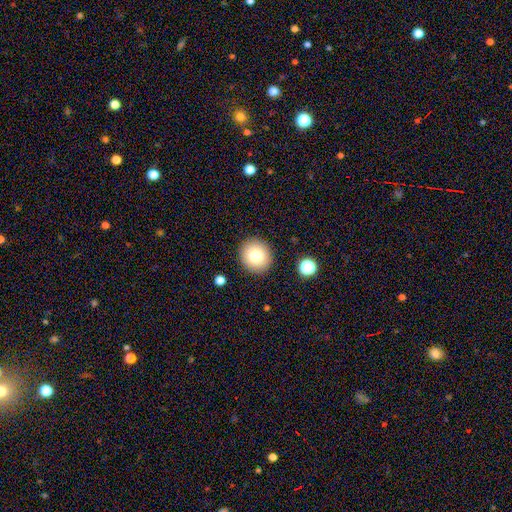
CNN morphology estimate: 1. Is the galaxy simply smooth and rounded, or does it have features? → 78% smooth, 11% star or artifact, 11% featured or disk.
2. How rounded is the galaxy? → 90% round, 9% in between, 1% cigar-shaped.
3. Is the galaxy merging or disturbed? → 91% none, 6% minor disturbance, 2% major disturbance, 1% merger.